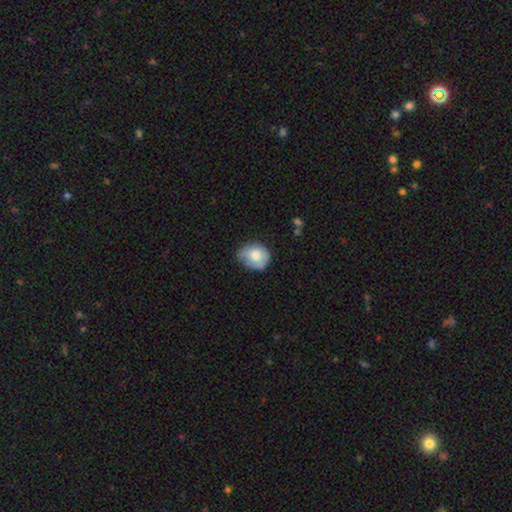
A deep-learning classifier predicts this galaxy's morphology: Q: Smooth or featured?
A: smooth (75%); runner-up: featured or disk (18%)
Q: How rounded?
A: round (57%); runner-up: in between (43%)
Q: Merging?
A: none (51%); runner-up: minor disturbance (38%)